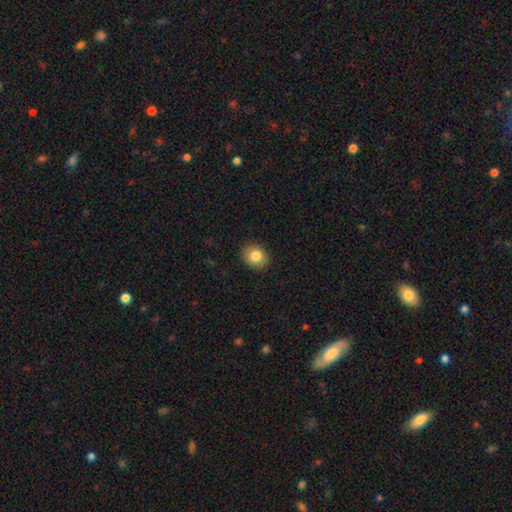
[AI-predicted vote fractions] Smooth or featured?
  - smooth: 83% *
  - star or artifact: 9%
  - featured or disk: 8%
How rounded?
  - round: 58% *
  - in between: 41%
  - cigar-shaped: 1%
Merging?
  - none: 89% *
  - minor disturbance: 8%
  - major disturbance: 2%
  - merger: 1%